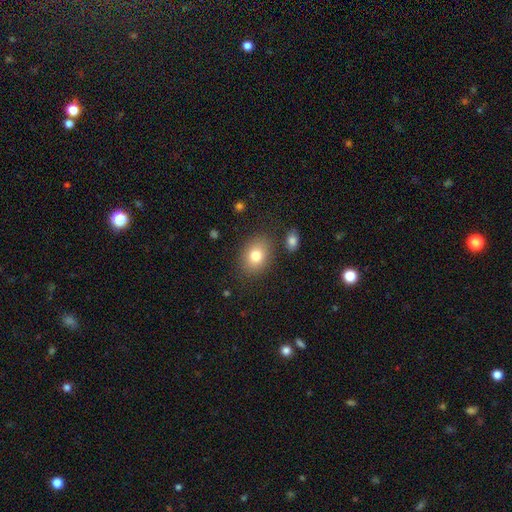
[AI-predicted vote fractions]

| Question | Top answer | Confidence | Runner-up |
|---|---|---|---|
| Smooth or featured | smooth | 79% | featured or disk (11%) |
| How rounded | in between | 64% | round (35%) |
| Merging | none | 82% | minor disturbance (10%) |